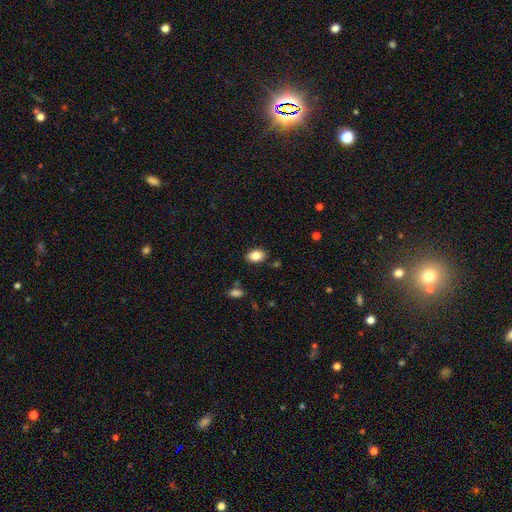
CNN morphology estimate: Smooth or featured? Predicted: smooth (p=0.84). How rounded? Predicted: in between (p=0.82). Merging? Predicted: none (p=0.85).